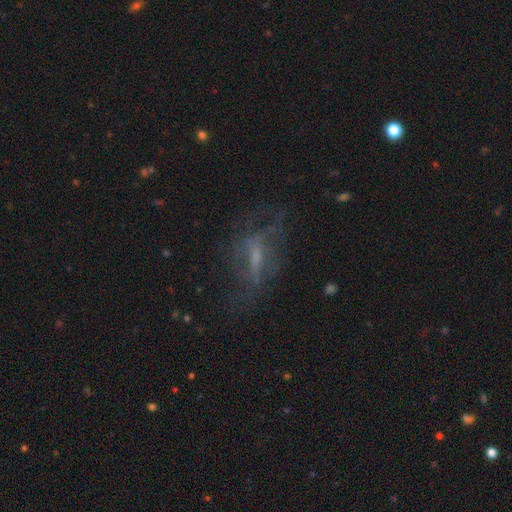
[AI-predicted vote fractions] This appears to be a featured or disk galaxy (58%). Merging: none (51%).